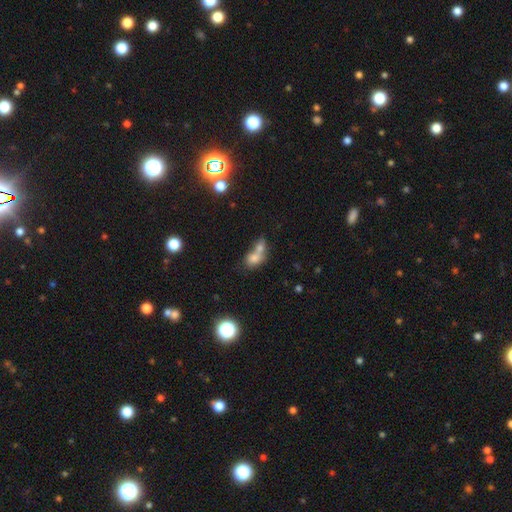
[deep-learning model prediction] smooth 73%, featured or disk 15%, star or artifact 12%. Down the decision tree: how rounded — in between (65%); merging — merger (70%).